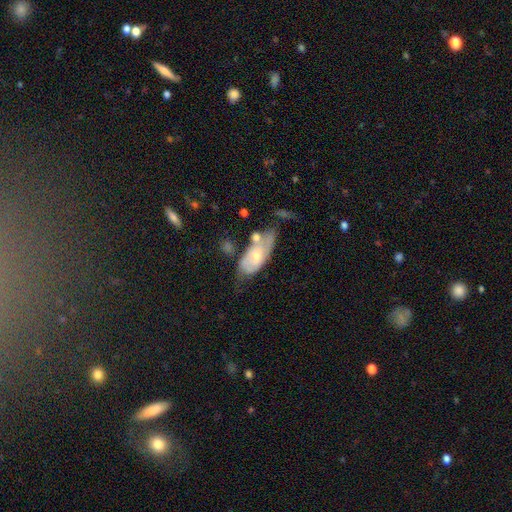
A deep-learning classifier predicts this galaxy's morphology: This appears to be a featured or disk galaxy (50%). Merging: none (32%).